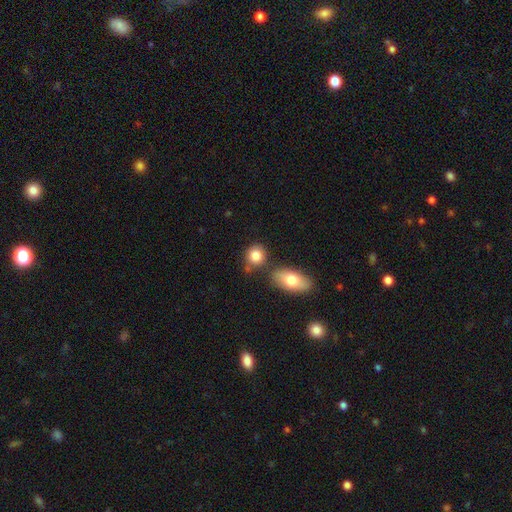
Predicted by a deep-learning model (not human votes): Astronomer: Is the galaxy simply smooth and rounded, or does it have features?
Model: smooth — 83%.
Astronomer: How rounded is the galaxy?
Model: round — 70%.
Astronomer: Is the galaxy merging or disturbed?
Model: none — 68%.